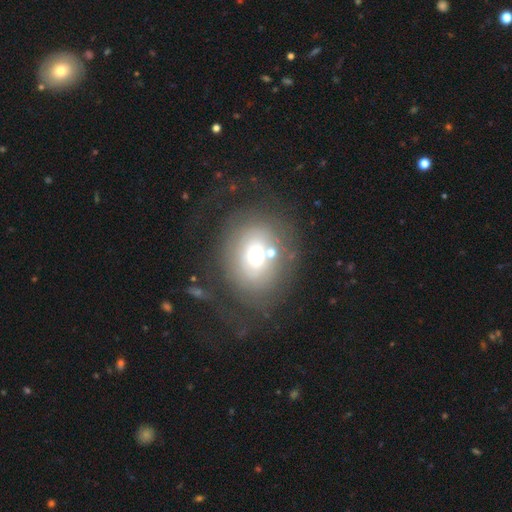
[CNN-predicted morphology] Smooth or featured?
  - smooth: 50% *
  - featured or disk: 35%
  - star or artifact: 16%
Merging?
  - none: 55% *
  - major disturbance: 18%
  - minor disturbance: 17%
  - merger: 10%